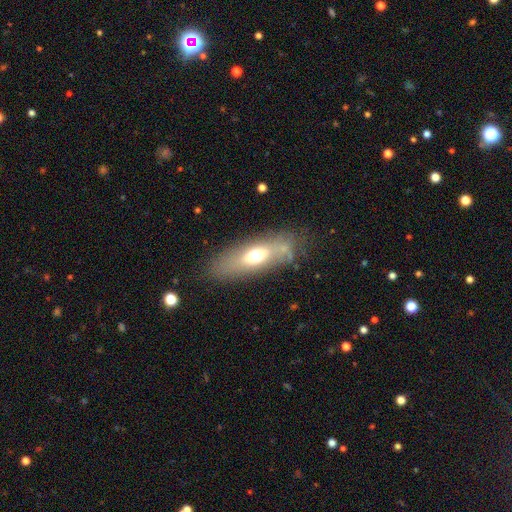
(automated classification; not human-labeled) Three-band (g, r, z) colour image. It shows a smooth galaxy with no disk features (56%) that is in between round and cigar-shaped (65%). Merging: none (72%).